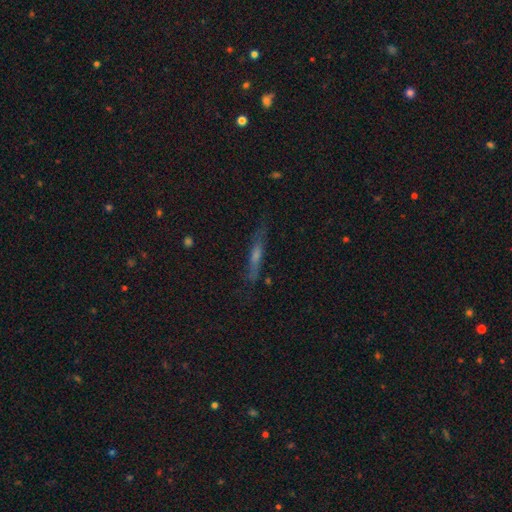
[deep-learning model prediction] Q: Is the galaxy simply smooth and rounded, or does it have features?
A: featured or disk — 54%.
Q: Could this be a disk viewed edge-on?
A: yes — 89%.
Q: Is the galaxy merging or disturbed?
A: none — 81%.